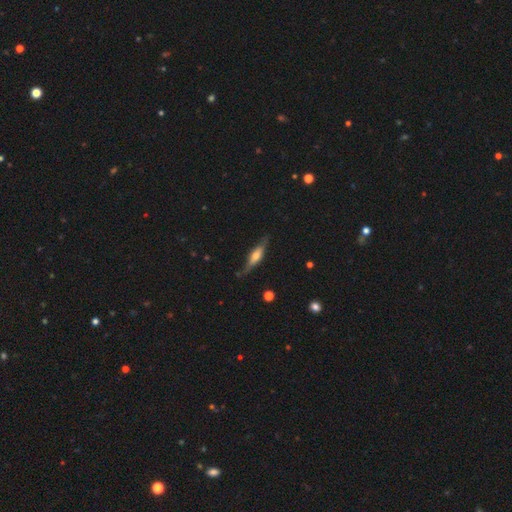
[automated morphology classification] type=featured or disk (58%); edge-on=yes (83%); merging=none (74%).